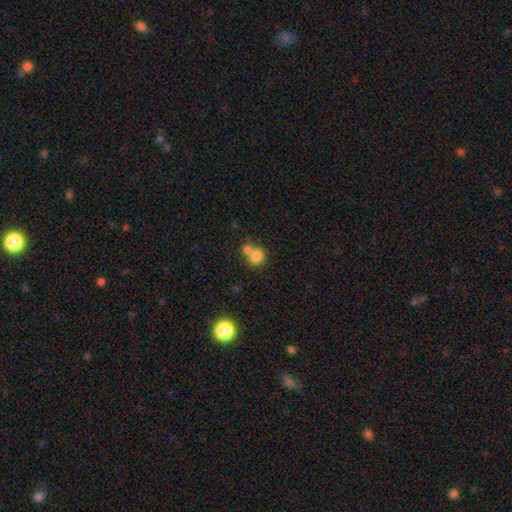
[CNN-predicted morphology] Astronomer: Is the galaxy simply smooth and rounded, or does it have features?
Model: smooth — 79%.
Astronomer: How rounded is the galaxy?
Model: round — 76%.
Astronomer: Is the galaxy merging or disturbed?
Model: merger — 48% (runner-up: none, 41%).